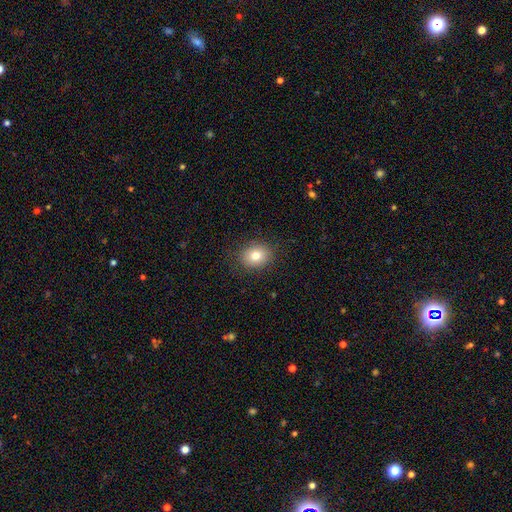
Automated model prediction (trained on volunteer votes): Smooth or featured: smooth — 80% (star or artifact — 10%)
How rounded: round — 56% (in between — 43%)
Merging: none — 87% (minor disturbance — 9%)